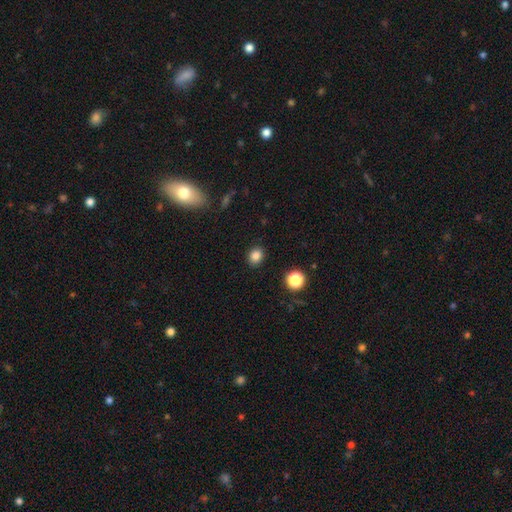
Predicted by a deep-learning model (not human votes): This is clearly a smooth galaxy (83%). How rounded: possibly round (59%). Merging: clearly none (89%).